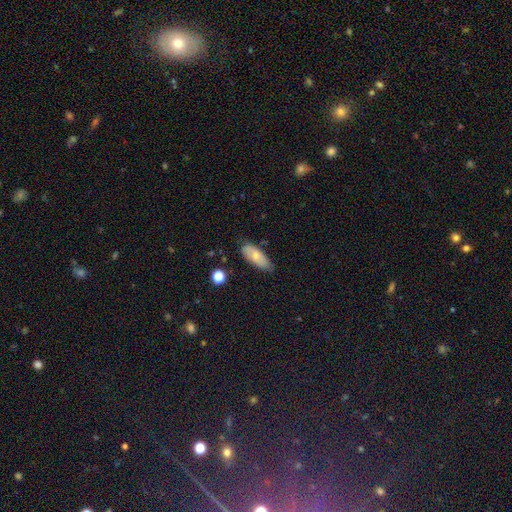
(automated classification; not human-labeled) smooth 67%, featured or disk 26%, star or artifact 7%. Down the decision tree: how rounded — in between (81%); merging — none (72%).